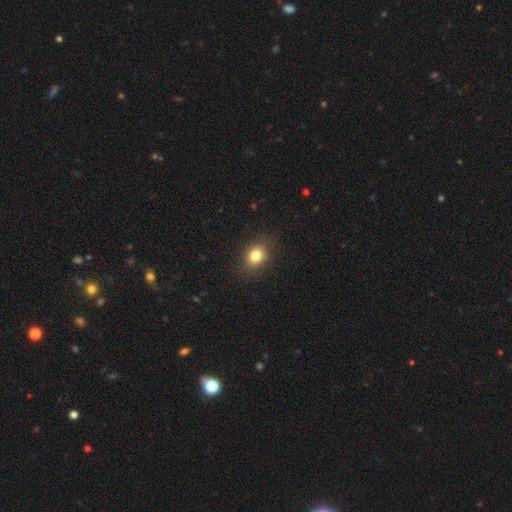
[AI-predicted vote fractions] smooth_or_featured: smooth (p=0.81) [alt: star or artifact p=0.11]
how_rounded: in between (p=0.53) [alt: round p=0.46]
merging: none (p=0.87) [alt: minor disturbance p=0.10]